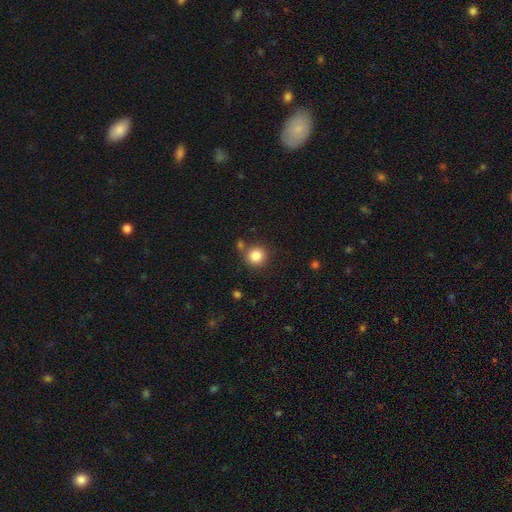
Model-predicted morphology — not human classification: smooth-or-featured: smooth: 84% | star or artifact: 10% | featured or disk: 5%
  how-rounded: round: 92% | in between: 7% | cigar-shaped: 1%
  merging: none: 78% | merger: 10% | minor disturbance: 9% | major disturbance: 3%